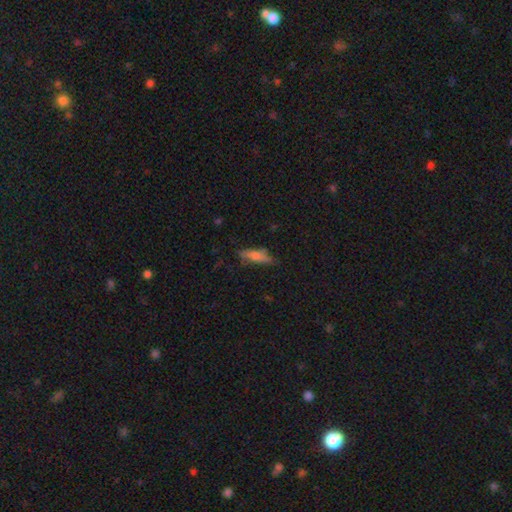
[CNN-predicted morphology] smooth_or_featured: smooth (p=0.63) [alt: featured or disk p=0.29]
how_rounded: cigar-shaped (p=0.61) [alt: in between p=0.36]
merging: none (p=0.66) [alt: minor disturbance p=0.24]